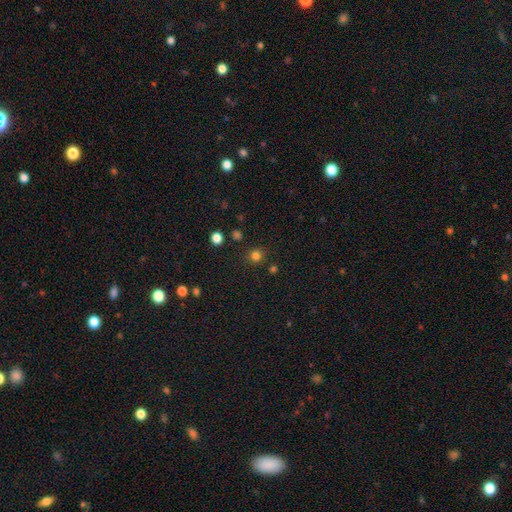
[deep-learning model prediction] smooth-or-featured: smooth: 79% | star or artifact: 17% | featured or disk: 5%
  how-rounded: round: 91% | in between: 8% | cigar-shaped: 1%
  merging: none: 86% | minor disturbance: 8% | merger: 3% | major disturbance: 3%